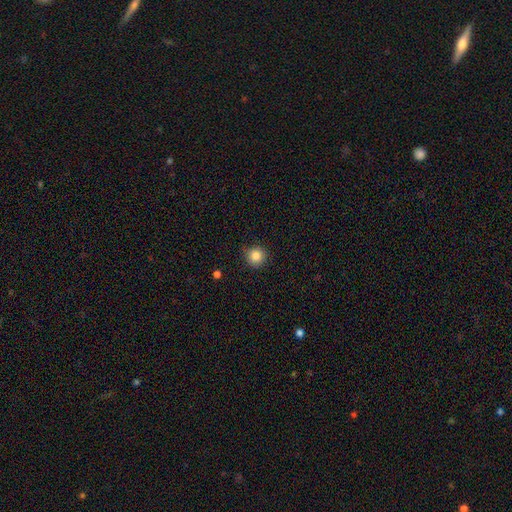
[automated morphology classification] type=smooth (86%); roundness=round (94%); merging=none (88%).